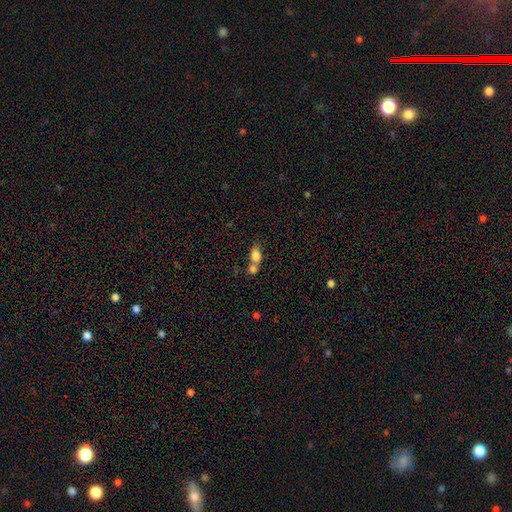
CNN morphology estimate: Smooth or featured? Predicted: smooth (p=0.80). How rounded? Predicted: in between (p=0.72). Merging? Predicted: merger (p=0.55).